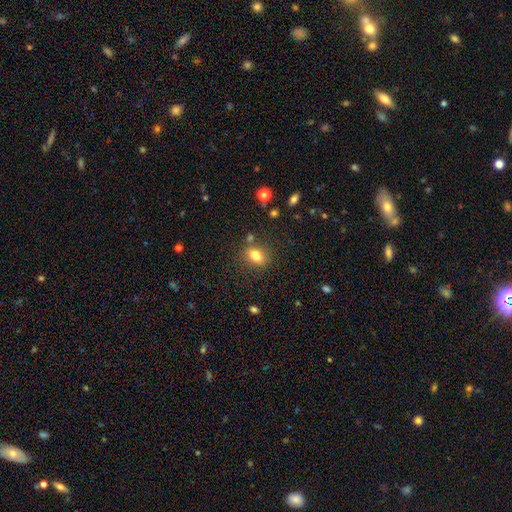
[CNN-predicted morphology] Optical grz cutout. It shows a smooth galaxy with no disk features (80%) that is in between round and cigar-shaped (69%). Merging: none (78%).